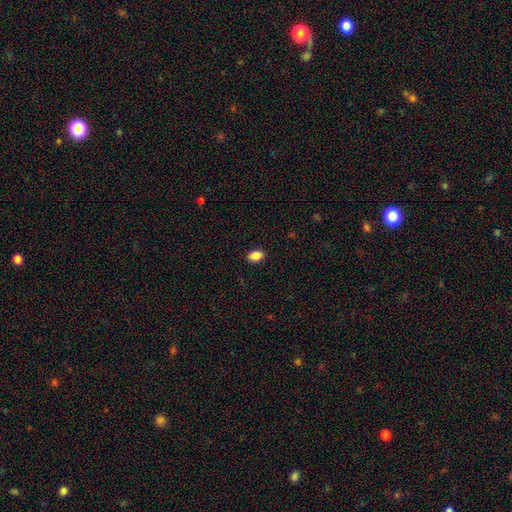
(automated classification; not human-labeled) Smooth or featured? Predicted: smooth (p=0.88). How rounded? Predicted: in between (p=0.84). Merging? Predicted: none (p=0.90).